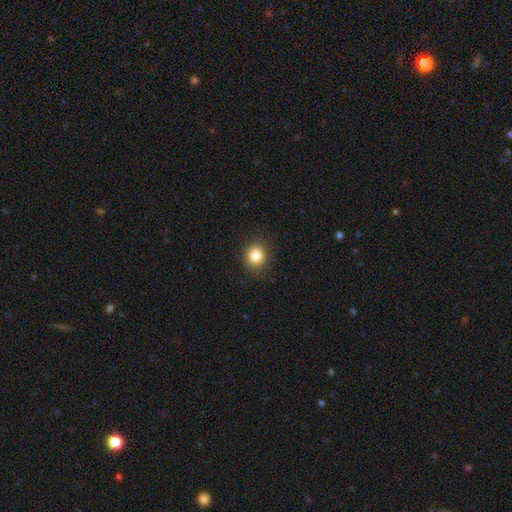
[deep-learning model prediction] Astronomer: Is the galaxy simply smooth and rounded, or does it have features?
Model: smooth — 83%.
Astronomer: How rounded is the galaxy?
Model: round — 78%.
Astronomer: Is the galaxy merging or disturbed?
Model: none — 88%.